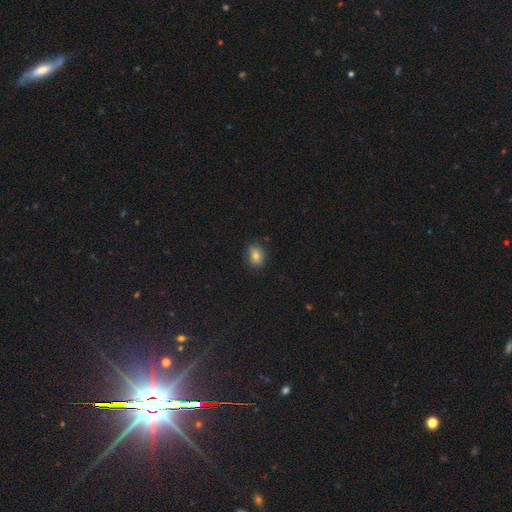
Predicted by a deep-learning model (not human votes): Morphology: type=smooth (75%); roundness=in between (52%); merging=none (81%).